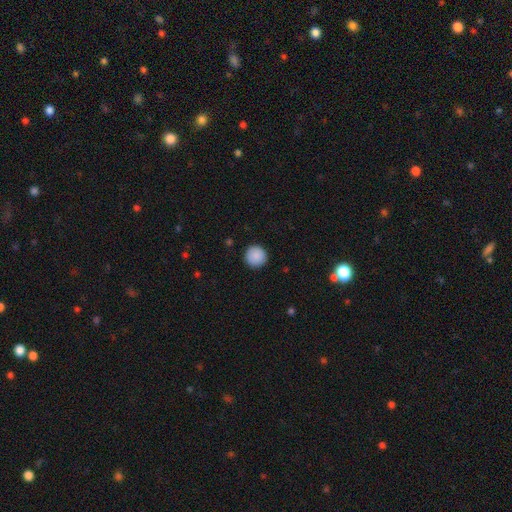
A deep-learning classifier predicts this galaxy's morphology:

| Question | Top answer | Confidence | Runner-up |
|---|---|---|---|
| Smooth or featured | smooth | 89% | star or artifact (8%) |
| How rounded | round | 96% | in between (3%) |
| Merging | none | 92% | minor disturbance (6%) |